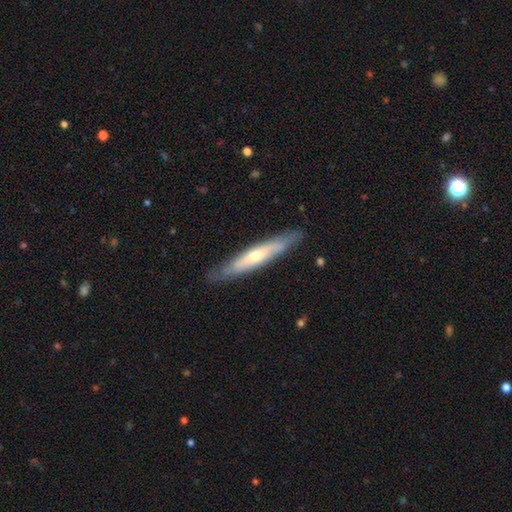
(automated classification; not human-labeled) Smooth or featured? Predicted: featured or disk (p=0.55). Edge-on disk? Predicted: yes (p=0.77). Merging? Predicted: none (p=0.84).